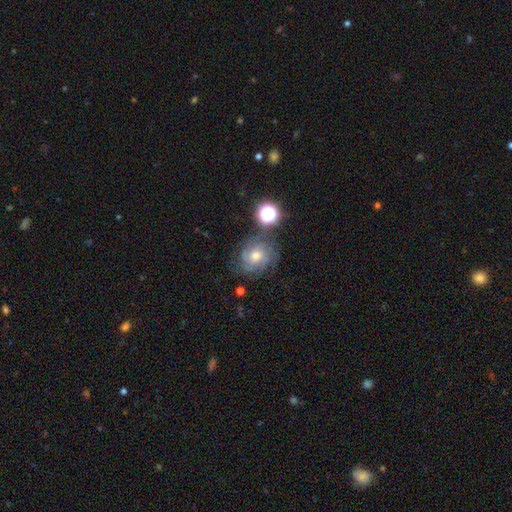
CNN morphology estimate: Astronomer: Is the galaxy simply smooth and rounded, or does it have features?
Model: featured or disk — 65%.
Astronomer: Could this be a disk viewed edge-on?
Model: no — 97%.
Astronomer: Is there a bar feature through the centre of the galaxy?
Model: no — 74%.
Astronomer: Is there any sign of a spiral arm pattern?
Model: yes — 90%.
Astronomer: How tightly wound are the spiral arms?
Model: tight — 64%.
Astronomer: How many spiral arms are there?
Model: can't tell — 41% (runner-up: 3, 22%).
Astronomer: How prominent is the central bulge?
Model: moderate — 64%.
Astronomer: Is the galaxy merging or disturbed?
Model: none — 71%.